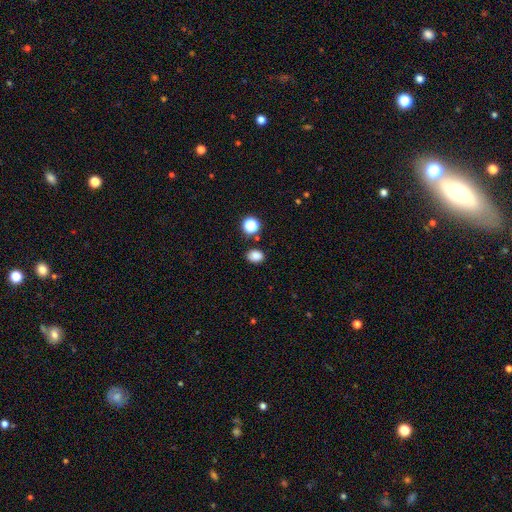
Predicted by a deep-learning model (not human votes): A smooth galaxy with no disk features (83%) that is in between round and cigar-shaped (55%). Merging: none (84%).